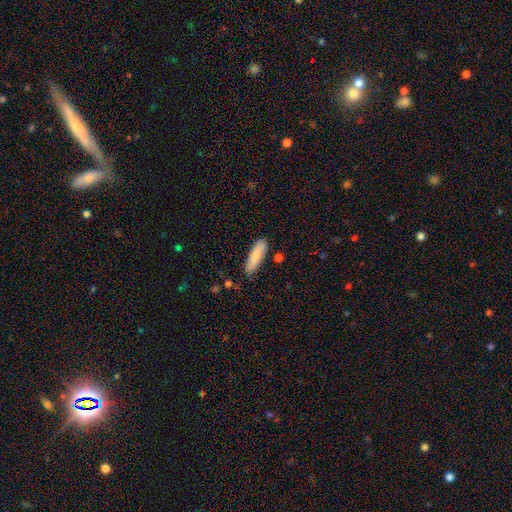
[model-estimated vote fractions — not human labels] smooth-or-featured: smooth: 83% | featured or disk: 12% | star or artifact: 6%
  how-rounded: cigar-shaped: 57% | in between: 41% | round: 1%
  merging: none: 82% | minor disturbance: 13% | merger: 3% | major disturbance: 2%